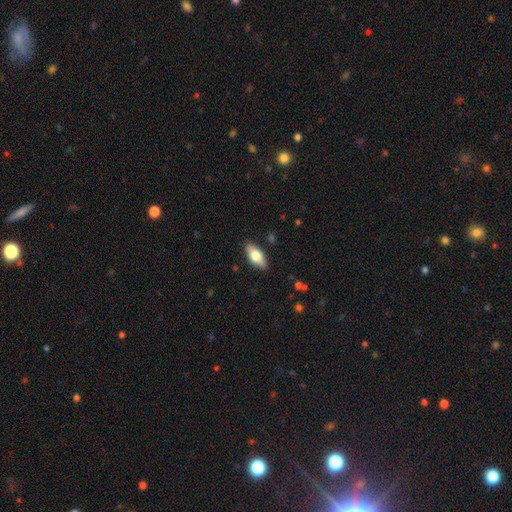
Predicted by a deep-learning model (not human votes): smooth-or-featured: smooth: 71% | featured or disk: 23% | star or artifact: 6%
  how-rounded: in between: 84% | cigar-shaped: 13% | round: 3%
  merging: none: 87% | minor disturbance: 10% | major disturbance: 2% | merger: 1%